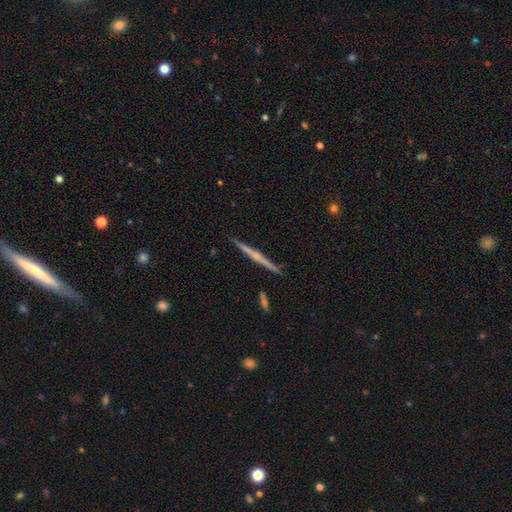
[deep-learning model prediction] Q: Smooth or featured?
A: featured or disk (67%); runner-up: smooth (27%)
Q: Edge-on disk?
A: yes (98%); runner-up: no (2%)
Q: Edge-on bulge?
A: none (50%); runner-up: rounded (40%)
Q: Merging?
A: none (91%); runner-up: minor disturbance (6%)